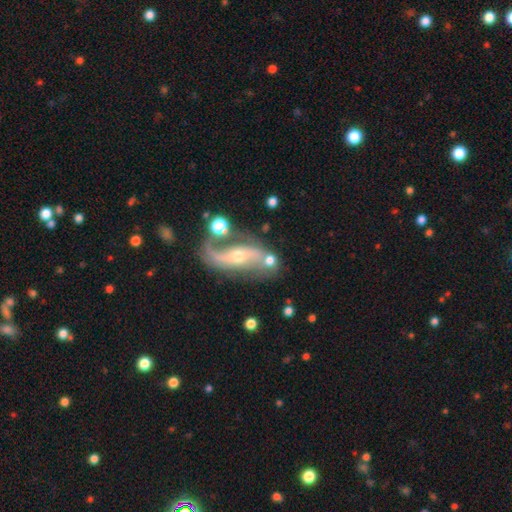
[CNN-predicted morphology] type=featured or disk (75%); edge-on=no (91%); bar=no (48%); spiral arms=yes (85%); winding=loose (75%); arm count=2 (84%); bulge=moderate (58%); merging=none (45%).